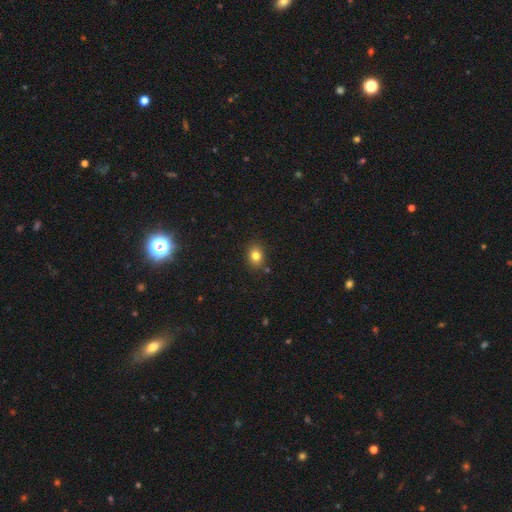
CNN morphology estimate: smooth 81%, star or artifact 12%, featured or disk 7%. Down the decision tree: how rounded — round (50%); merging — none (85%).